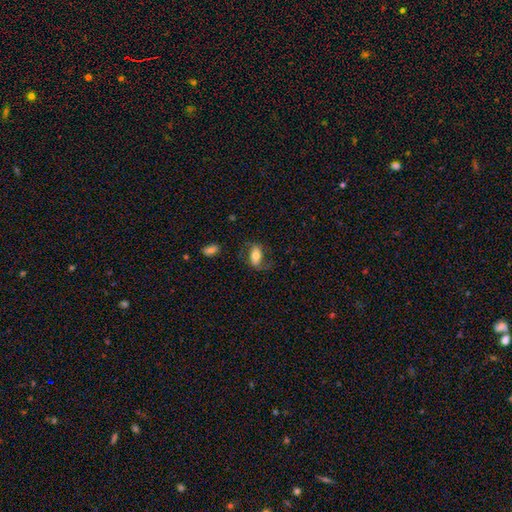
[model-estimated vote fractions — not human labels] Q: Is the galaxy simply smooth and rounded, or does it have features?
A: smooth — 47%.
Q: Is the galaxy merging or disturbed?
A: none — 66%.